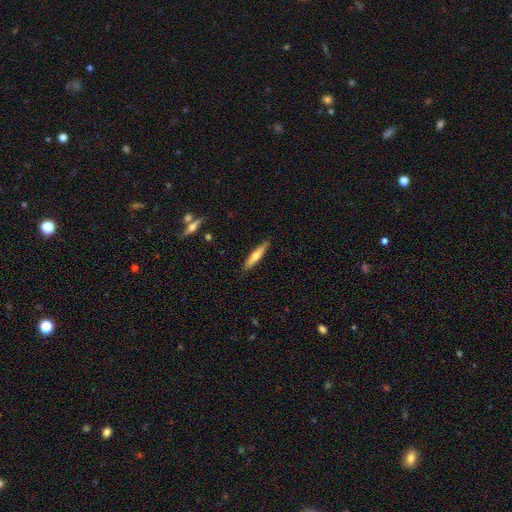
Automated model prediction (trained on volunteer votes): smooth 54%, featured or disk 40%, star or artifact 6%. Down the decision tree: how rounded — cigar-shaped (86%); merging — none (89%).